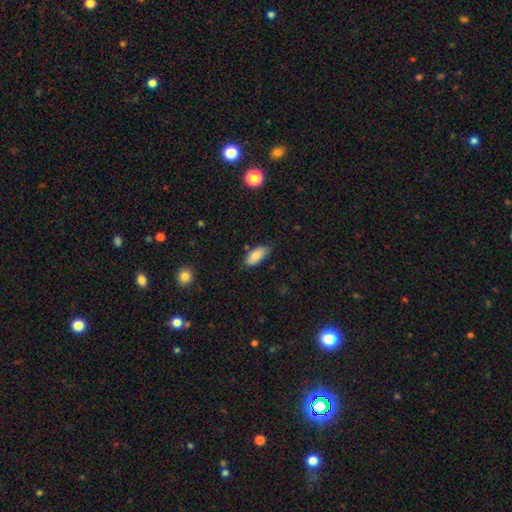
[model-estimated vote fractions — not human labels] Smooth or featured? smooth (82%)
How rounded? in between (88%)
Merging? none (78%)